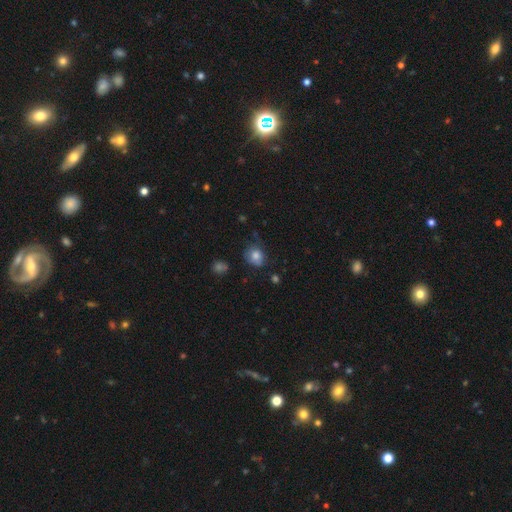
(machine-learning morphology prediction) A smooth galaxy with no disk features (80%) that is round (68%). Merging: none (62%).